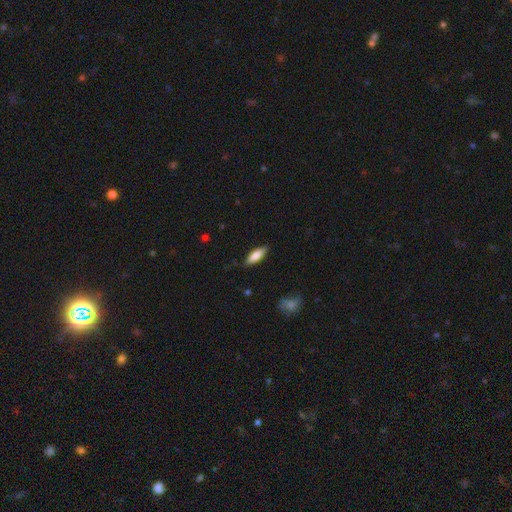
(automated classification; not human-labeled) Smooth or featured? smooth (80%)
How rounded? in between (56%)
Merging? none (85%)